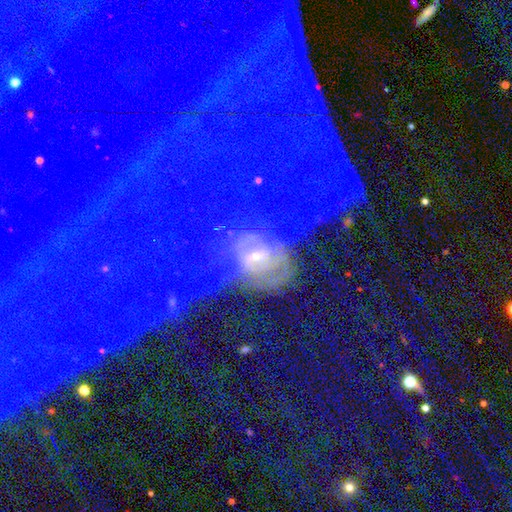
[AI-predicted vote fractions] Smooth or featured?
  - featured or disk: 60% *
  - star or artifact: 22%
  - smooth: 19%
Edge-on disk?
  - no: 95% *
  - yes: 5%
Bar?
  - no: 52% *
  - weak: 33%
  - strong: 15%
Spiral arms?
  - yes: 78% *
  - no: 22%
Bulge size?
  - small: 68% *
  - moderate: 24%
  - none: 3%
  - large: 3%
  - dominant: 2%
Merging?
  - none: 48% *
  - major disturbance: 21%
  - minor disturbance: 20%
  - merger: 10%